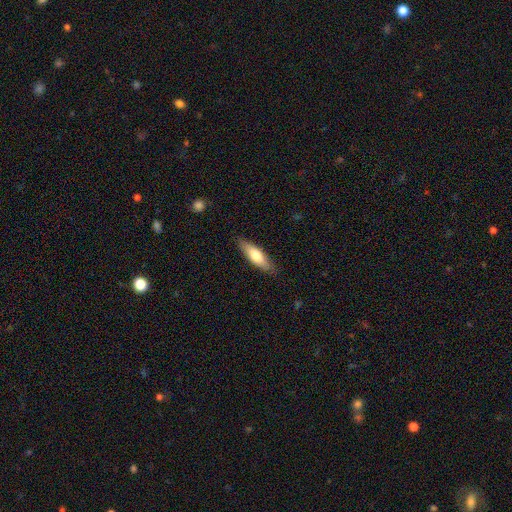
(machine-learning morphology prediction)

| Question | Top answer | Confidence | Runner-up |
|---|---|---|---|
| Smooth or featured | smooth | 69% | featured or disk (26%) |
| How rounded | cigar-shaped | 52% | in between (46%) |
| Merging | none | 85% | minor disturbance (12%) |